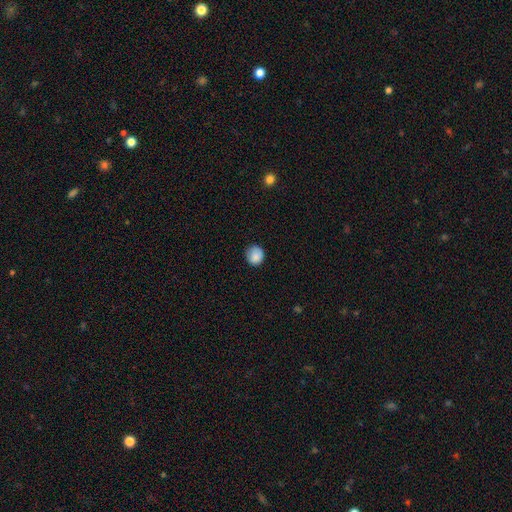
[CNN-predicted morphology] This is clearly a smooth galaxy (87%). How rounded: clearly round (85%). Merging: likely none (79%).